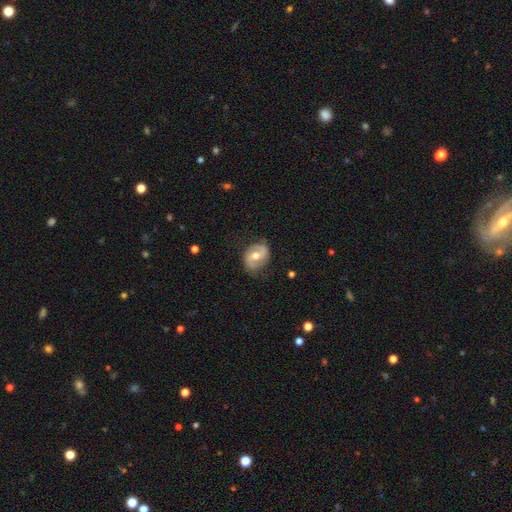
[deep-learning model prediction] A featured or disk galaxy (73%) with a weak bar (44%), 2 (88%) medium (46%) spiral arms (86%) and a moderate central bulge (77%).

Vote fractions:
- Smooth or featured? featured or disk: 73% / smooth: 21% / star or artifact: 6%
- Edge-on disk? no: 97% / yes: 3%
- Bar? weak: 44% / no: 35% / strong: 22%
- Spiral arms? yes: 86% / no: 14%
- Spiral winding? medium: 46% / loose: 29% / tight: 25%
- Spiral arm count? 2: 88% / can't tell: 6% / 1: 3% / 3: 1% / 4: 1% / more than 4: 1%
- Bulge size? moderate: 77% / small: 15% / large: 7% / none: 1% / dominant: 1%
- Merging? none: 76% / minor disturbance: 17% / major disturbance: 6% / merger: 1%